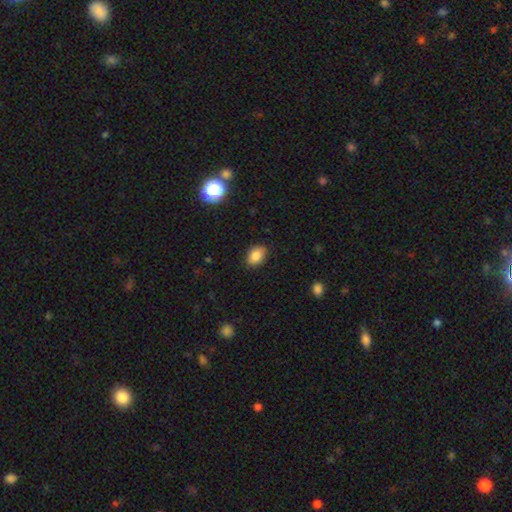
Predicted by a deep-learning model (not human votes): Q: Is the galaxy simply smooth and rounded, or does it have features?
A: smooth — 85%.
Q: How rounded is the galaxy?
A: in between — 82%.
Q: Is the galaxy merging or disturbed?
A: none — 85%.